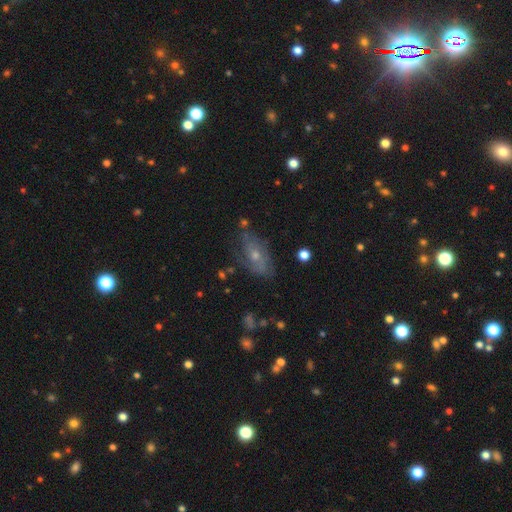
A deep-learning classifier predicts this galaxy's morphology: A featured or disk galaxy (56%). Merging: none (62%).